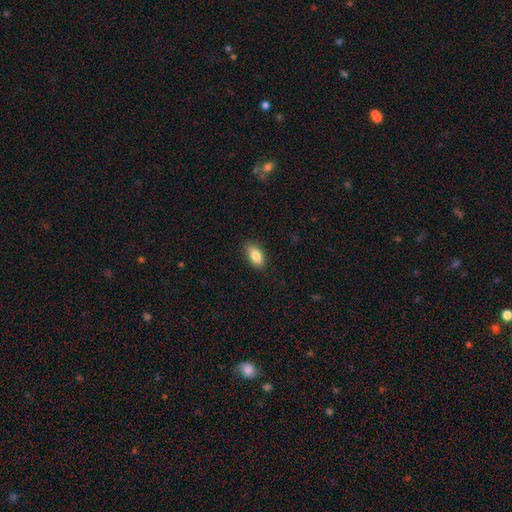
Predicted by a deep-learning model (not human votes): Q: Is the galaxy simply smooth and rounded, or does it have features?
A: smooth — 83%.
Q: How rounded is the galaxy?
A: in between — 88%.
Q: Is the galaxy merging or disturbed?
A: none — 86%.